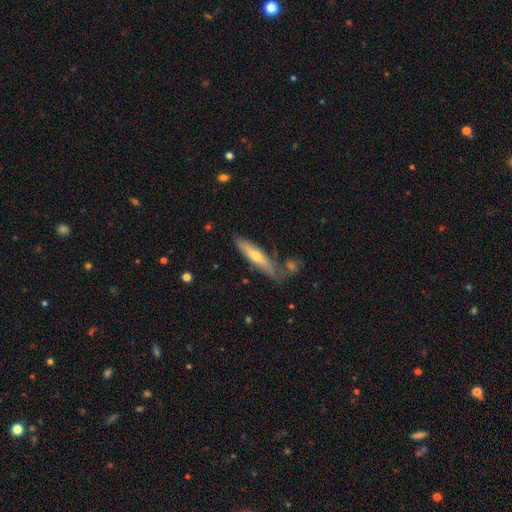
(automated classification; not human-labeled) Smooth or featured? Predicted: featured or disk (p=0.48). Merging? Predicted: none (p=0.70).